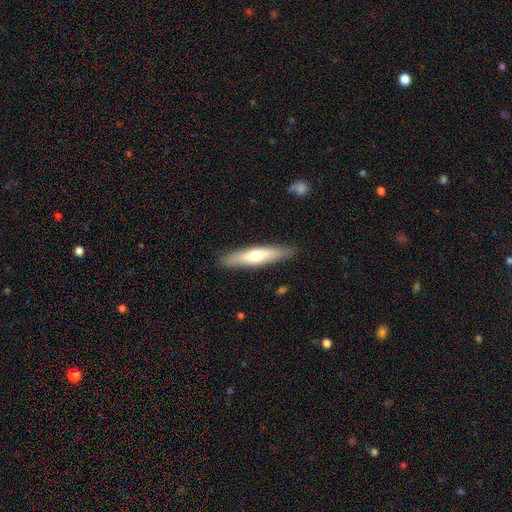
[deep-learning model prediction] Smooth or featured? smooth (54%)
How rounded? cigar-shaped (80%)
Merging? none (88%)